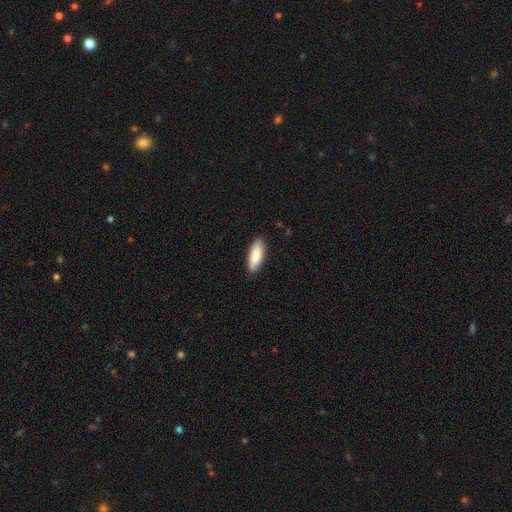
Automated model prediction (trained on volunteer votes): Q: Smooth or featured?
A: smooth (85%); runner-up: featured or disk (9%)
Q: How rounded?
A: in between (71%); runner-up: cigar-shaped (27%)
Q: Merging?
A: none (88%); runner-up: minor disturbance (10%)